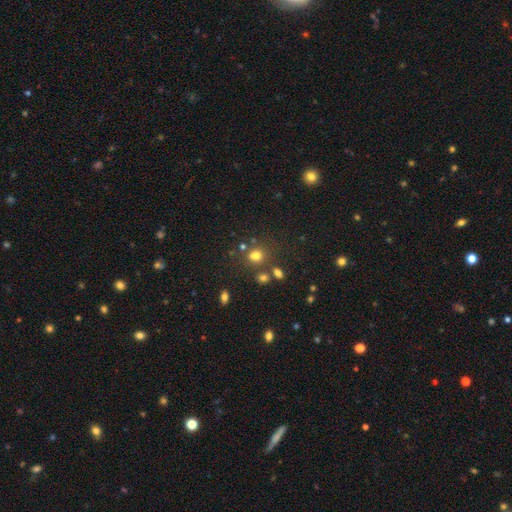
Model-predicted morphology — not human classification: Smooth or featured? Predicted: smooth (p=0.72). How rounded? Predicted: round (p=0.66). Merging? Predicted: none (p=0.65).